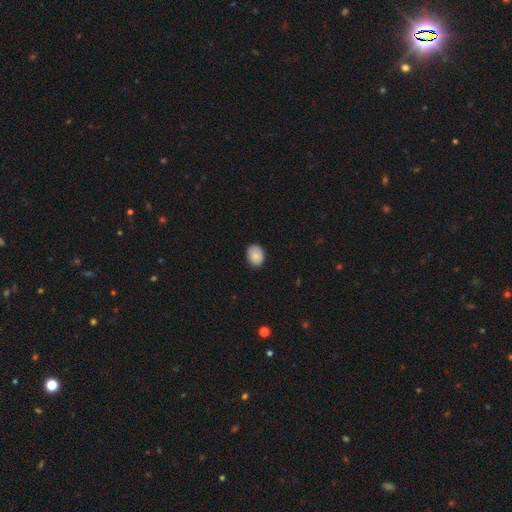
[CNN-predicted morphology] smooth-or-featured: smooth: 86% | star or artifact: 7% | featured or disk: 7%
  how-rounded: in between: 60% | round: 39% | cigar-shaped: 1%
  merging: none: 84% | minor disturbance: 13% | major disturbance: 2% | merger: 1%